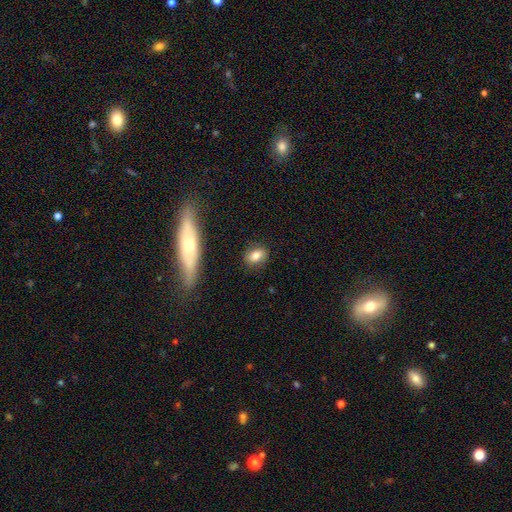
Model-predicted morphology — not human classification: Overall: smooth (78%). How rounded: in between (69%). Merging: none (84%).